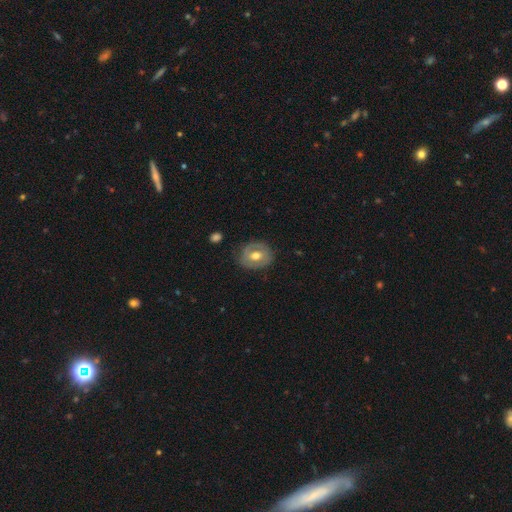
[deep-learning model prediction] Smooth or featured? featured or disk (53%)
Edge-on disk? no (95%)
Bar? no (56%)
Spiral arms? no (60%)
Bulge size? moderate (76%)
Merging? none (78%)